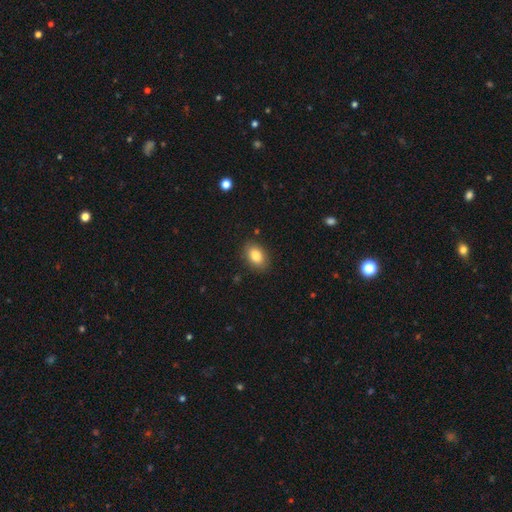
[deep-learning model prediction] Smooth or featured?
  - smooth: 85% *
  - star or artifact: 8%
  - featured or disk: 7%
How rounded?
  - in between: 85% *
  - round: 13%
  - cigar-shaped: 1%
Merging?
  - none: 87% *
  - minor disturbance: 10%
  - major disturbance: 2%
  - merger: 1%